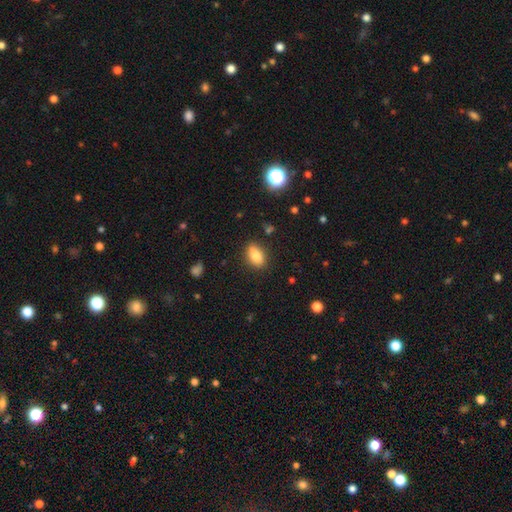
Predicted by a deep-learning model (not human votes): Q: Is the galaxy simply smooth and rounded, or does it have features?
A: smooth — 84%.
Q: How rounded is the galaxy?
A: in between — 87%.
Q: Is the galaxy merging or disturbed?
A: none — 84%.